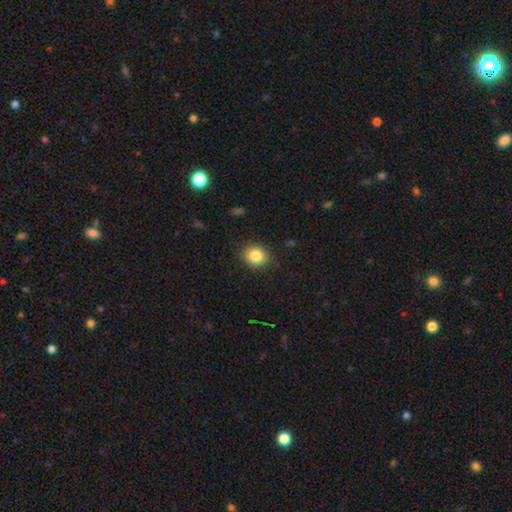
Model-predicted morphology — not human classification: The model was most divided on "how rounded": round: 72%, in between: 27%, cigar-shaped: 1%. More confident: merging — none (88%); smooth or featured — smooth (84%).